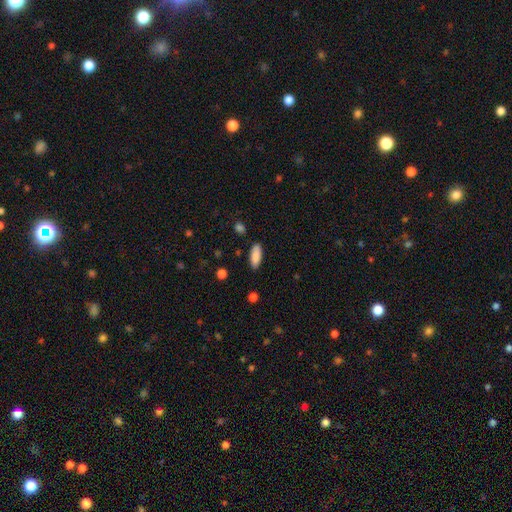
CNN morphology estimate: Smooth or featured? Predicted: smooth (p=0.88). How rounded? Predicted: in between (p=0.71). Merging? Predicted: none (p=0.86).